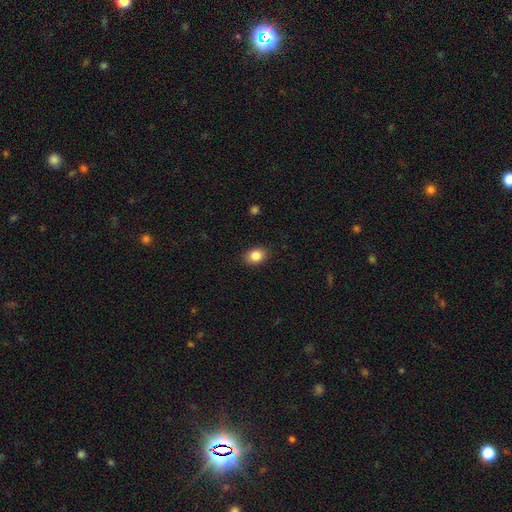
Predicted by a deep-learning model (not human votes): This appears to be a smooth galaxy with no disk features (85%) that is in between round and cigar-shaped (69%). Merging: none (87%).